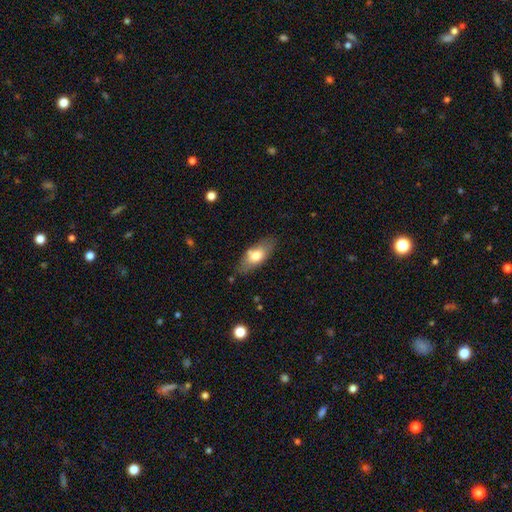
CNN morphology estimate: Smooth or featured?
  - smooth: 69% *
  - featured or disk: 25%
  - star or artifact: 7%
How rounded?
  - in between: 83% *
  - cigar-shaped: 14%
  - round: 3%
Merging?
  - none: 76% *
  - minor disturbance: 16%
  - merger: 4%
  - major disturbance: 4%